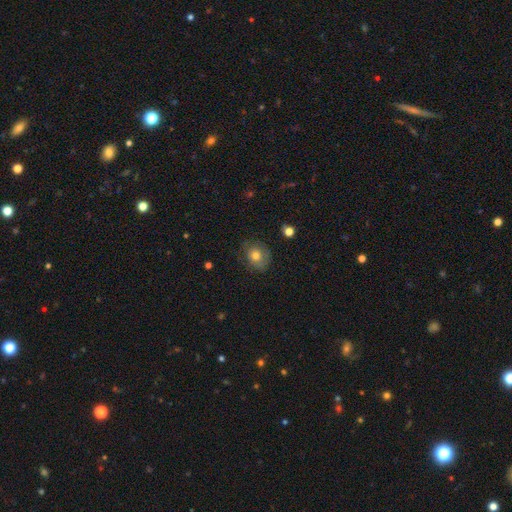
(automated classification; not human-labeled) Smooth or featured?
  - smooth: 65% *
  - featured or disk: 24%
  - star or artifact: 11%
How rounded?
  - round: 67% *
  - in between: 32%
  - cigar-shaped: 1%
Merging?
  - none: 71% *
  - minor disturbance: 21%
  - major disturbance: 7%
  - merger: 1%